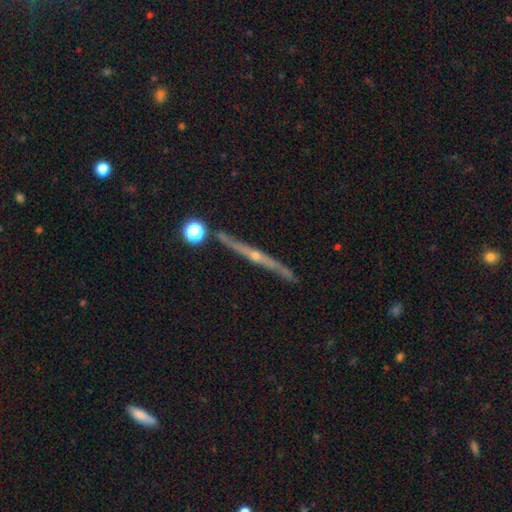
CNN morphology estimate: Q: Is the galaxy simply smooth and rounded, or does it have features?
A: featured or disk — 79%.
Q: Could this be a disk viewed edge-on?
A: yes — 96%.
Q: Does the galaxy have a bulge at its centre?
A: rounded — 76%.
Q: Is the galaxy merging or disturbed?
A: none — 85%.